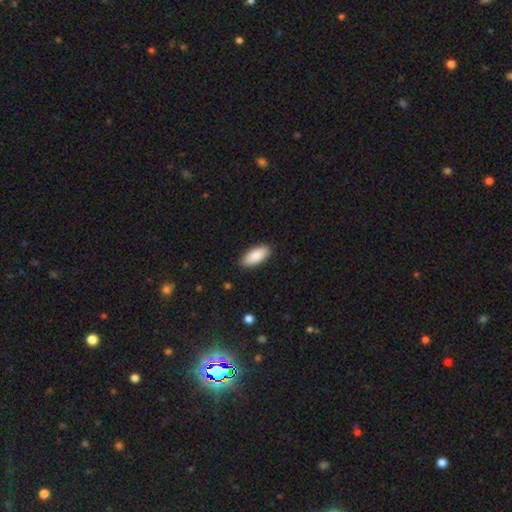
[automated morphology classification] Smooth or featured: smooth — 88% (star or artifact — 6%)
How rounded: in between — 90% (cigar-shaped — 9%)
Merging: none — 88% (minor disturbance — 9%)